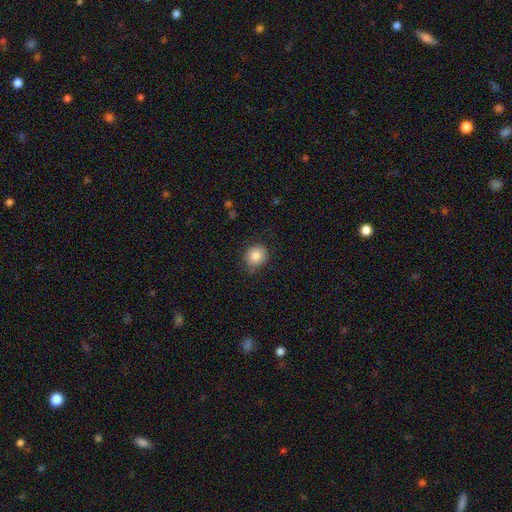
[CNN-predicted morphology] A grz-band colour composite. It shows a smooth galaxy with no disk features (85%) that is round (81%). Merging: none (82%).